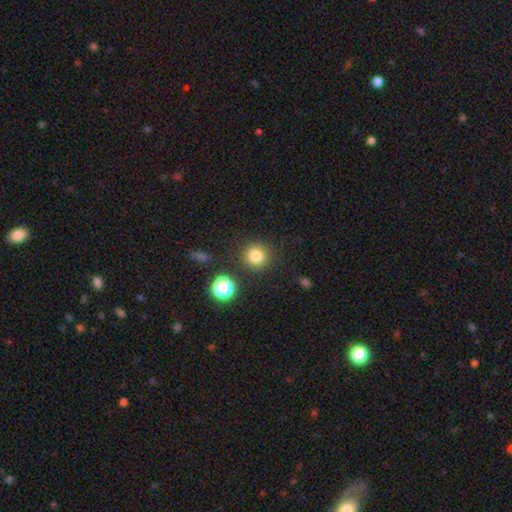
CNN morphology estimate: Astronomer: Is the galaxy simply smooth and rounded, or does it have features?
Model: smooth — 80%.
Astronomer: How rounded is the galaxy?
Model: round — 94%.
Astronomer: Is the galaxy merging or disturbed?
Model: none — 88%.